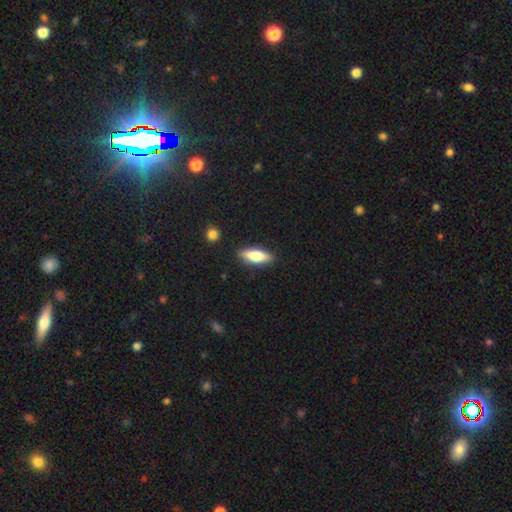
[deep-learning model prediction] Q: Smooth or featured?
A: smooth (72%); runner-up: featured or disk (22%)
Q: How rounded?
A: in between (60%); runner-up: cigar-shaped (38%)
Q: Merging?
A: none (87%); runner-up: minor disturbance (9%)